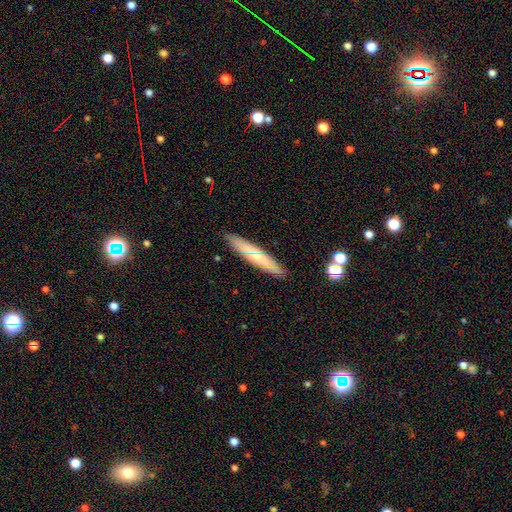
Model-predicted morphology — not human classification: A featured or disk galaxy (52%) viewed edge-on (72%). Merging: none (87%).